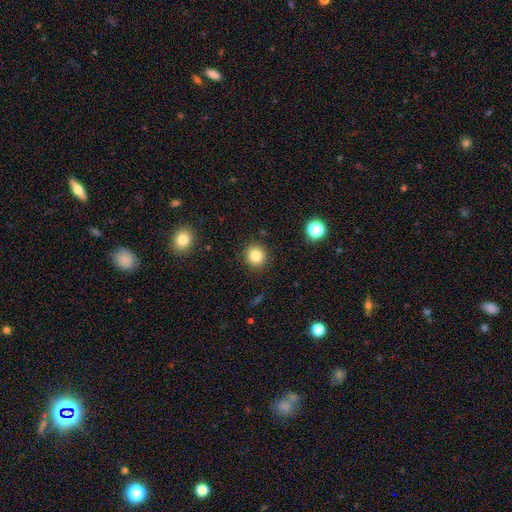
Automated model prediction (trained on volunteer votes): smooth 83%, star or artifact 11%, featured or disk 6%. Down the decision tree: how rounded — round (89%); merging — none (90%).